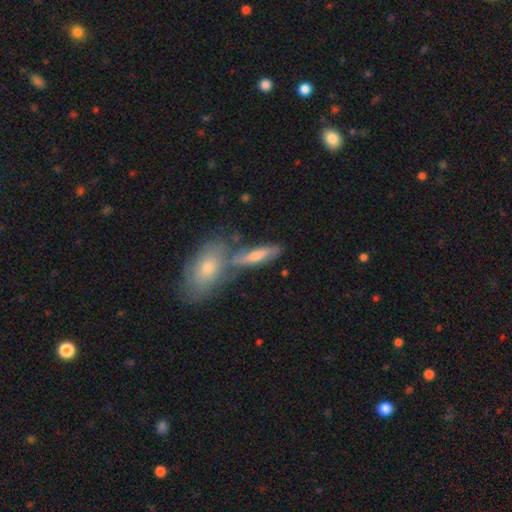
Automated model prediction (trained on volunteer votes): Overall: smooth (54%; featured or disk 39%). How rounded: in between (49%; cigar-shaped 48%). Merging: none (47%; merger 34%).